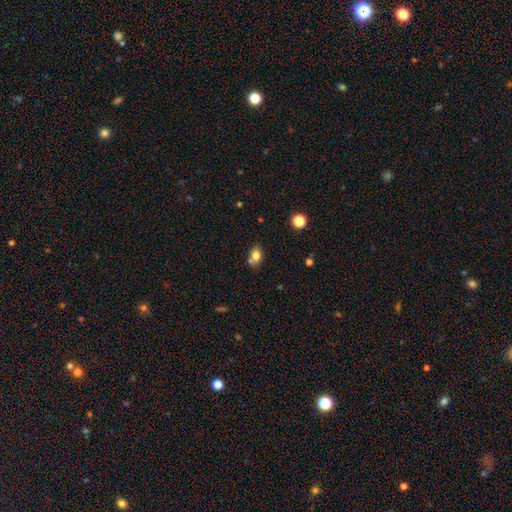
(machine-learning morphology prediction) smooth_or_featured: smooth (p=0.76) [alt: featured or disk p=0.13]
how_rounded: in between (p=0.65) [alt: round p=0.33]
merging: none (p=0.54) [alt: merger p=0.28]